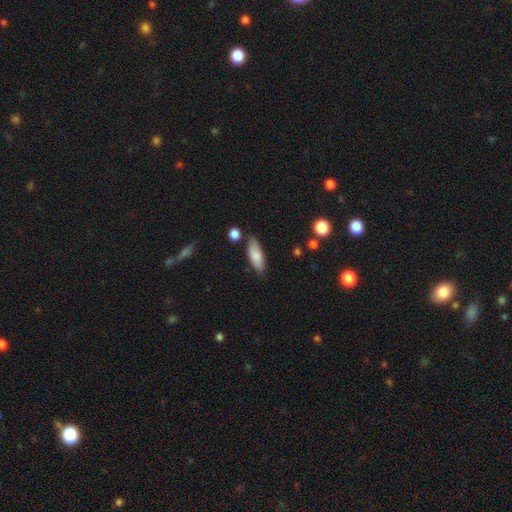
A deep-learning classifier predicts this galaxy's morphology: Smooth or featured? smooth (82%)
How rounded? in between (73%)
Merging? none (76%)